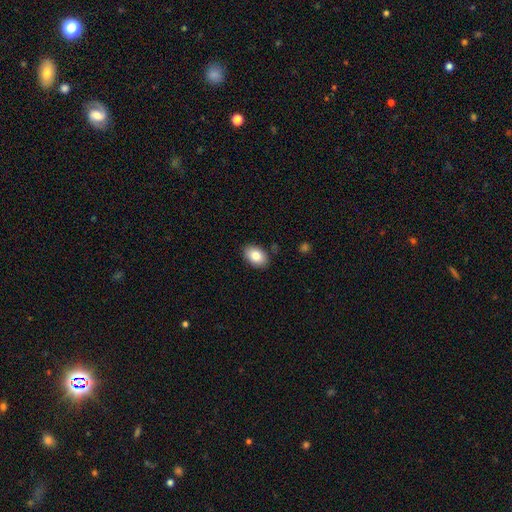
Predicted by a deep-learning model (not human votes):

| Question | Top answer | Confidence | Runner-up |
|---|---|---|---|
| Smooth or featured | smooth | 85% | featured or disk (8%) |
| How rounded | in between | 87% | round (12%) |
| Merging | none | 87% | minor disturbance (10%) |